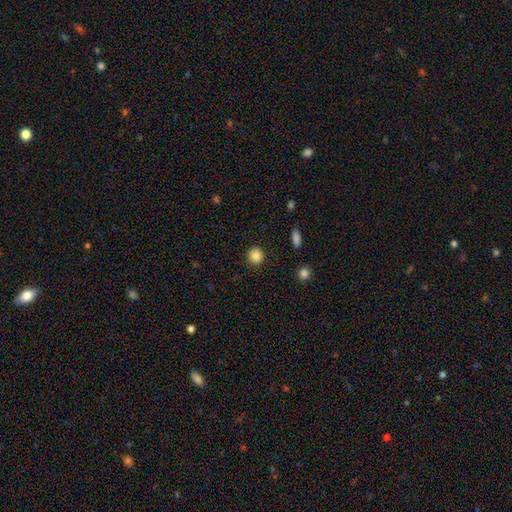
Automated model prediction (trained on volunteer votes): Smooth or featured? smooth (86%)
How rounded? round (89%)
Merging? none (91%)